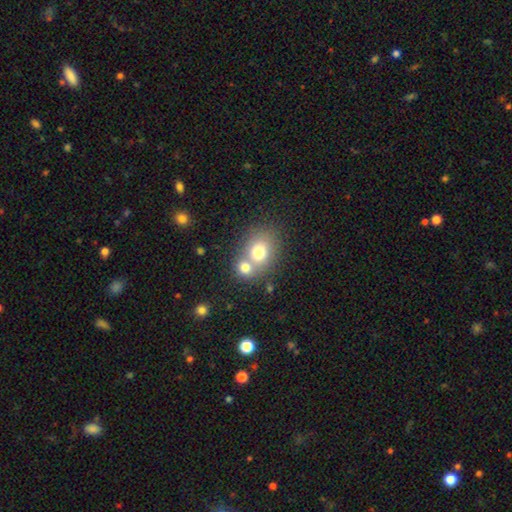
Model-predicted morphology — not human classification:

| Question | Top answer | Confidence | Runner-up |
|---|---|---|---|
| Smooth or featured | smooth | 71% | featured or disk (15%) |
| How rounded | round | 61% | in between (38%) |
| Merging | none | 47% | merger (42%) |